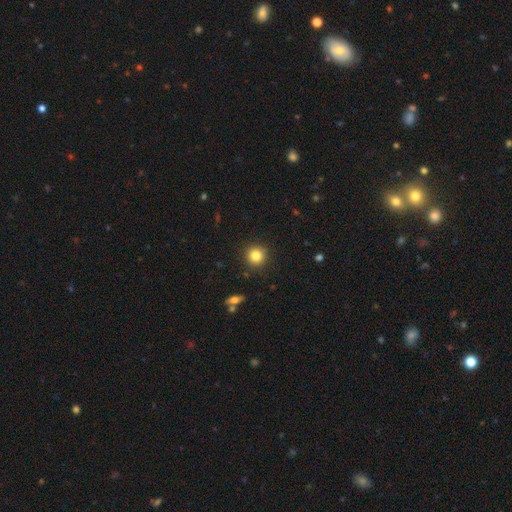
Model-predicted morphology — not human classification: The model was most divided on "smooth or featured": smooth: 82%, star or artifact: 11%, featured or disk: 7%. More confident: how rounded — round (94%); merging — none (91%).